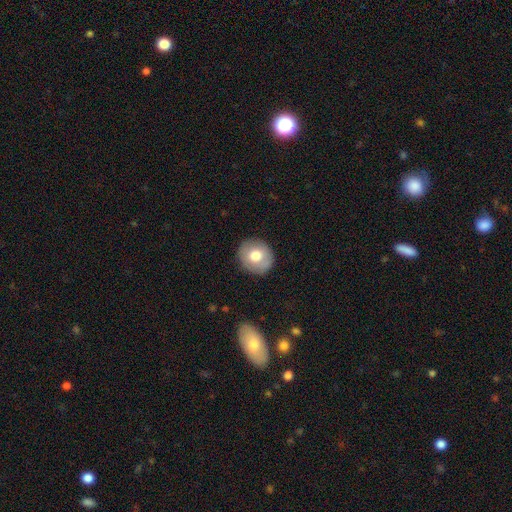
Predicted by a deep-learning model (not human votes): Q: Smooth or featured?
A: smooth (73%); runner-up: featured or disk (20%)
Q: How rounded?
A: round (86%); runner-up: in between (13%)
Q: Merging?
A: none (88%); runner-up: minor disturbance (8%)